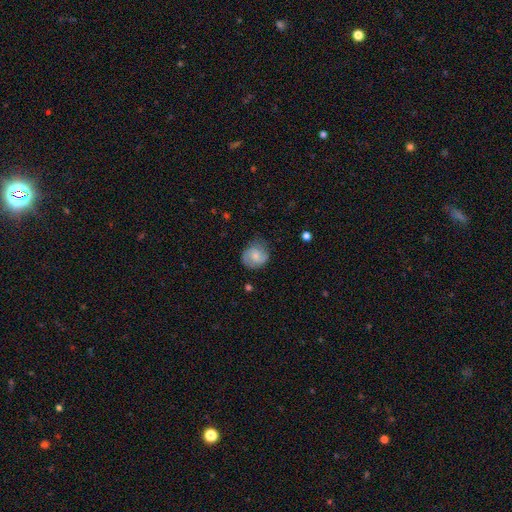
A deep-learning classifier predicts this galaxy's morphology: smooth 54%, featured or disk 38%, star or artifact 8%. Down the decision tree: how rounded — round (76%); merging — none (63%).